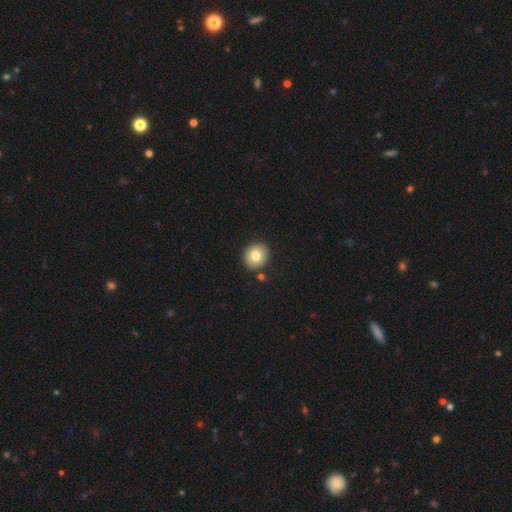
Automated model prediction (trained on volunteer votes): This appears to be a smooth galaxy with no disk features (80%) that is round (78%). Merging: none (84%).